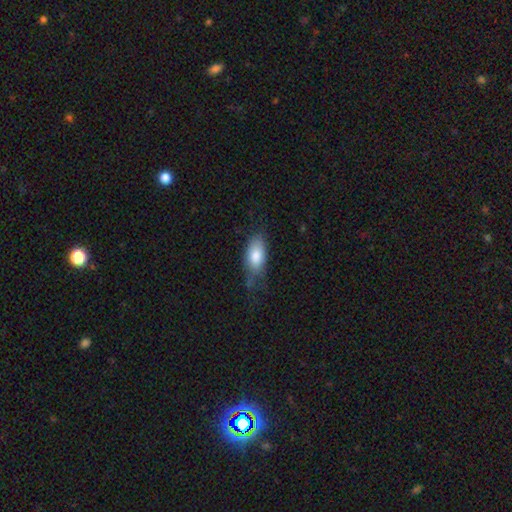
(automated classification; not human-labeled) A smooth galaxy with no disk features (80%) that is in between round and cigar-shaped (90%).

Vote fractions:
- Smooth or featured? smooth: 80% / featured or disk: 14% / star or artifact: 7%
- How rounded? in between: 90% / cigar-shaped: 7% / round: 4%
- Merging? none: 51% / minor disturbance: 34% / major disturbance: 13% / merger: 2%